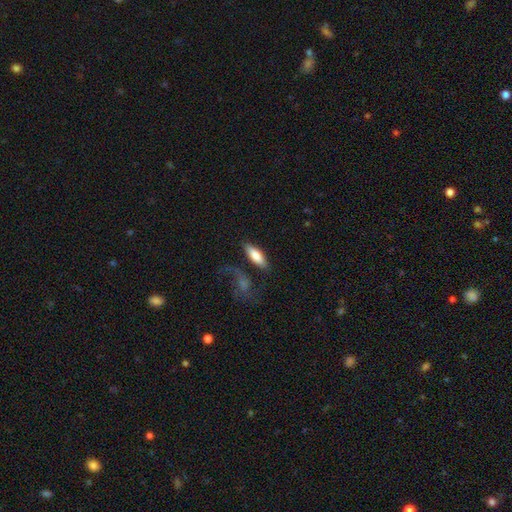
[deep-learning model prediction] Smooth or featured: smooth — 78% (featured or disk — 16%)
How rounded: in between — 69% (cigar-shaped — 29%)
Merging: none — 66% (minor disturbance — 16%)